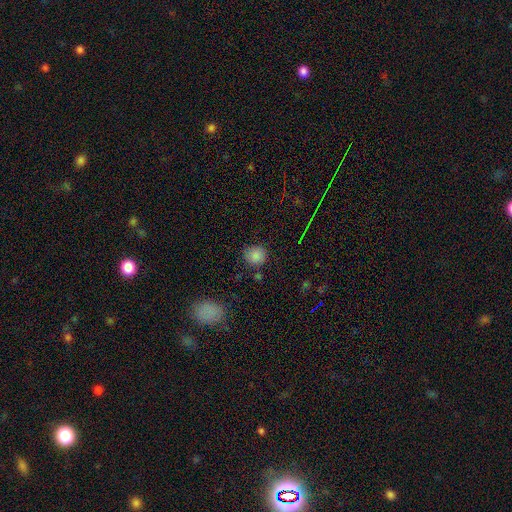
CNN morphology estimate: smooth-or-featured: smooth: 84% | star or artifact: 12% | featured or disk: 4%
  how-rounded: round: 86% | in between: 13% | cigar-shaped: 1%
  merging: none: 80% | minor disturbance: 13% | merger: 4% | major disturbance: 3%